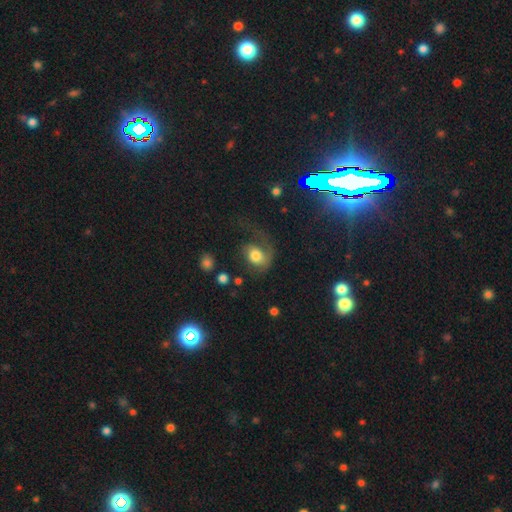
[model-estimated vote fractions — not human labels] A smooth galaxy with no disk features (49%). Merging: major disturbance (48%).